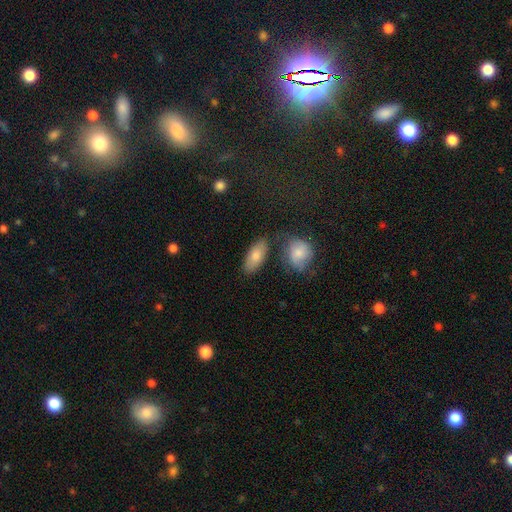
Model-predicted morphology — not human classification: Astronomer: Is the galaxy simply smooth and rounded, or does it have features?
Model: smooth — 81%.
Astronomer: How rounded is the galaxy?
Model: in between — 86%.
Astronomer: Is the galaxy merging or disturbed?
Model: none — 71%.